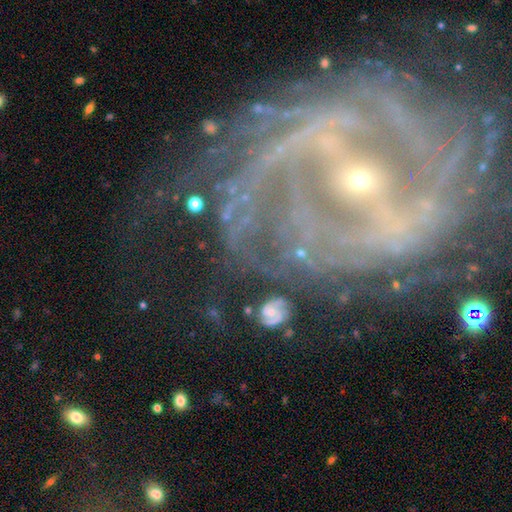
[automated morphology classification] Smooth or featured: featured or disk — 77% (star or artifact — 14%)
Edge-on disk: no — 95% (yes — 5%)
Bar: strong — 42% (no — 32%)
Spiral arms: yes — 92% (no — 8%)
Spiral winding: tight — 67% (medium — 25%)
Spiral arm count: can't tell — 26% (2 — 23%)
Bulge size: small — 71% (moderate — 21%)
Merging: none — 70% (minor disturbance — 15%)